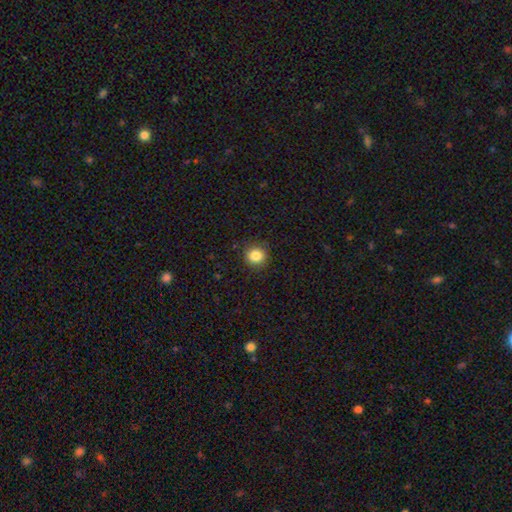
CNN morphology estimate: The model was most divided on "smooth or featured": smooth: 84%, star or artifact: 11%, featured or disk: 5%. More confident: how rounded — round (90%); merging — none (87%).